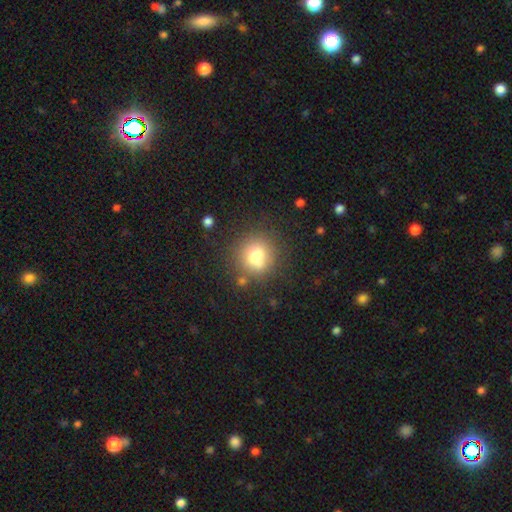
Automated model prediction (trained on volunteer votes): smooth_or_featured: smooth (p=0.76) [alt: star or artifact p=0.12]
how_rounded: round (p=0.87) [alt: in between p=0.12]
merging: none (p=0.75) [alt: minor disturbance p=0.13]